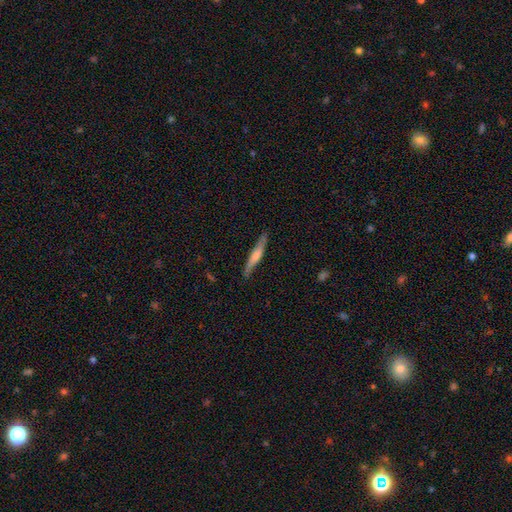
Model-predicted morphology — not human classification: Smooth or featured: featured or disk — 63% (smooth — 31%)
Edge-on disk: yes — 94% (no — 6%)
Edge-on bulge: rounded — 62% (none — 21%)
Merging: none — 86% (minor disturbance — 10%)